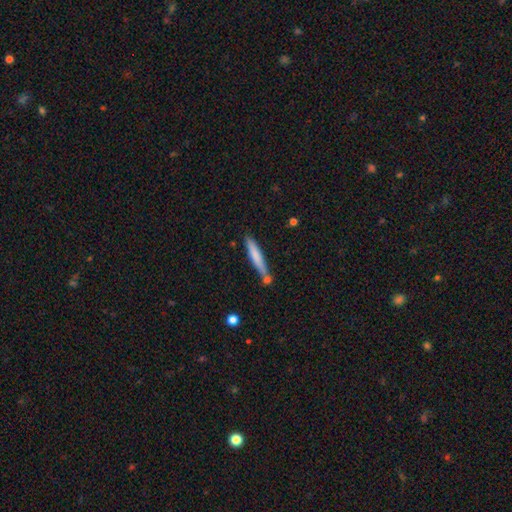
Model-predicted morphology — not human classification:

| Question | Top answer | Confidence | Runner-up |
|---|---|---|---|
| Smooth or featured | smooth | 69% | featured or disk (26%) |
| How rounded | cigar-shaped | 93% | in between (6%) |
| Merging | none | 70% | minor disturbance (15%) |